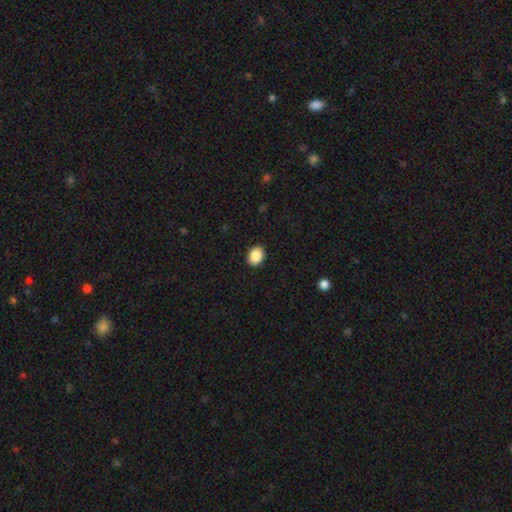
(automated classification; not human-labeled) Q: Smooth or featured?
A: smooth (88%); runner-up: star or artifact (8%)
Q: How rounded?
A: in between (57%); runner-up: round (43%)
Q: Merging?
A: none (91%); runner-up: minor disturbance (6%)